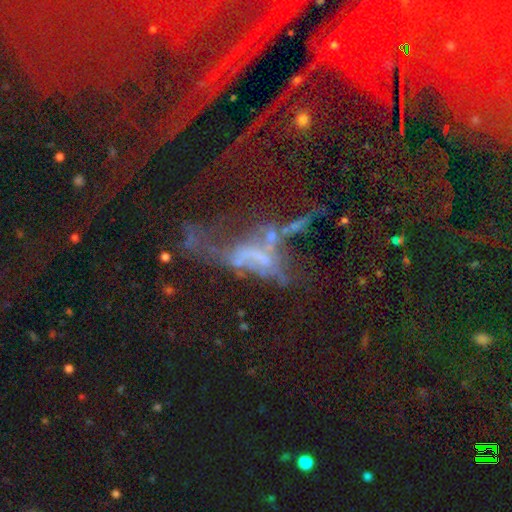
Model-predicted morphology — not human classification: smooth_or_featured: featured or disk (p=0.49) [alt: star or artifact p=0.30]
merging: major disturbance (p=0.44) [alt: merger p=0.28]